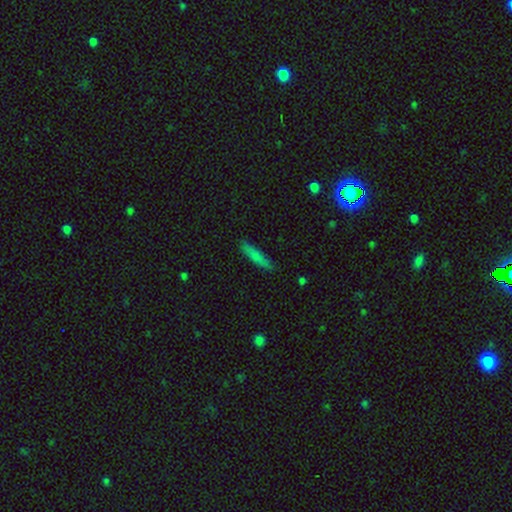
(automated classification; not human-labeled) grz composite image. It shows a smooth galaxy with no disk features (78%) that is cigar-shaped (86%). Merging: none (86%).